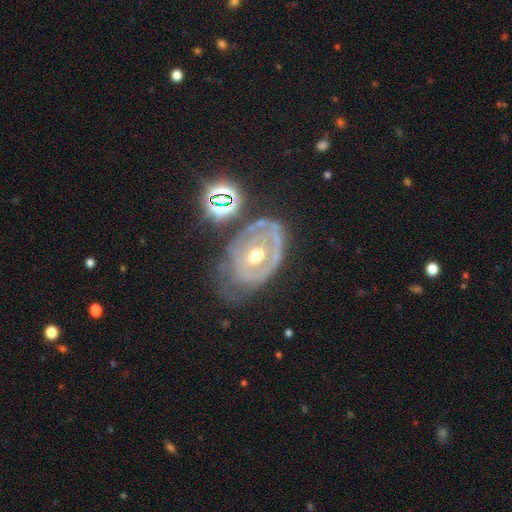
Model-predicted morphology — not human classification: Smooth or featured?
  - featured or disk: 75% *
  - smooth: 15%
  - star or artifact: 10%
Edge-on disk?
  - no: 95% *
  - yes: 5%
Bar?
  - no: 72% *
  - weak: 20%
  - strong: 8%
Spiral arms?
  - yes: 55% *
  - no: 45%
Bulge size?
  - moderate: 69% *
  - small: 24%
  - large: 4%
  - none: 1%
  - dominant: 1%
Merging?
  - none: 46% *
  - minor disturbance: 28%
  - major disturbance: 20%
  - merger: 6%